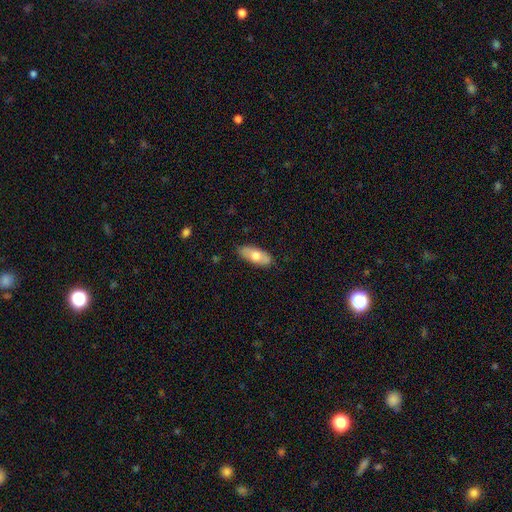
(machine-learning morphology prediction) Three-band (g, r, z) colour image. It shows a smooth galaxy with no disk features (69%) that is in between round and cigar-shaped (82%). Merging: none (84%).